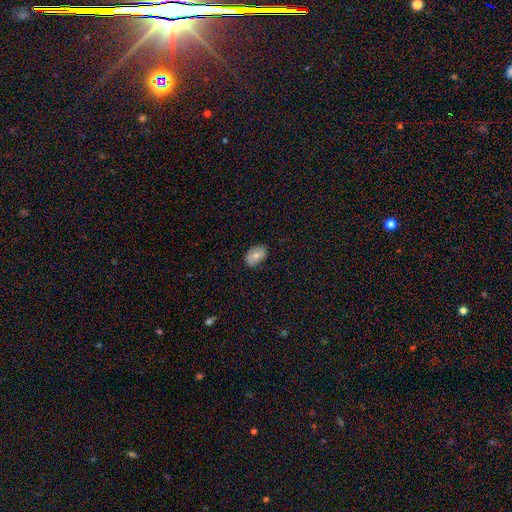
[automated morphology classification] smooth-or-featured: smooth: 70% | featured or disk: 23% | star or artifact: 8%
  how-rounded: in between: 87% | round: 12% | cigar-shaped: 1%
  merging: none: 77% | minor disturbance: 18% | major disturbance: 3% | merger: 1%